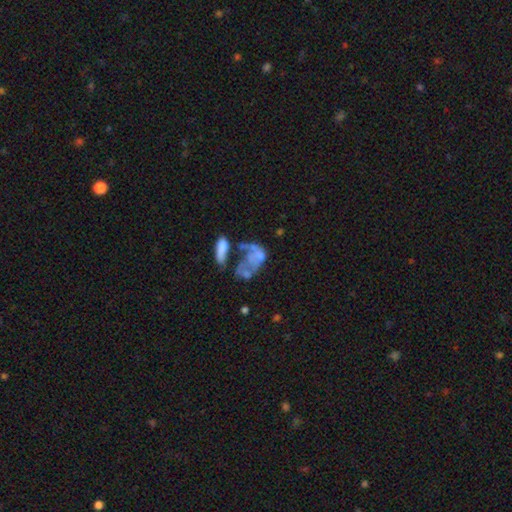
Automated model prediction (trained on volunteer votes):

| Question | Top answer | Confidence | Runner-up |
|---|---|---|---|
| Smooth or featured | featured or disk | 51% | smooth (38%) |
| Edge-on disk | no | 97% | yes (3%) |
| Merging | merger | 41% | major disturbance (33%) |